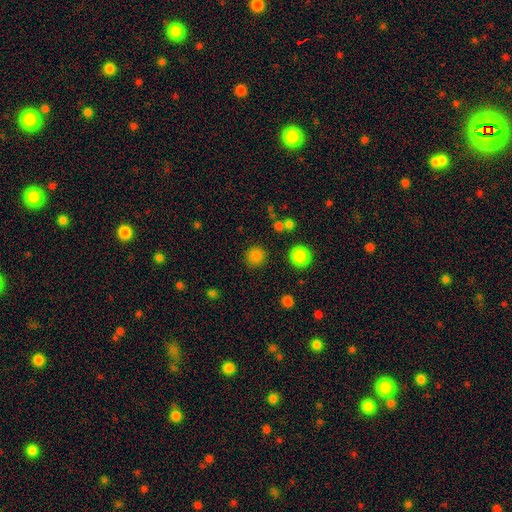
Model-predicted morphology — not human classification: type=smooth (84%); roundness=round (93%); merging=none (87%).